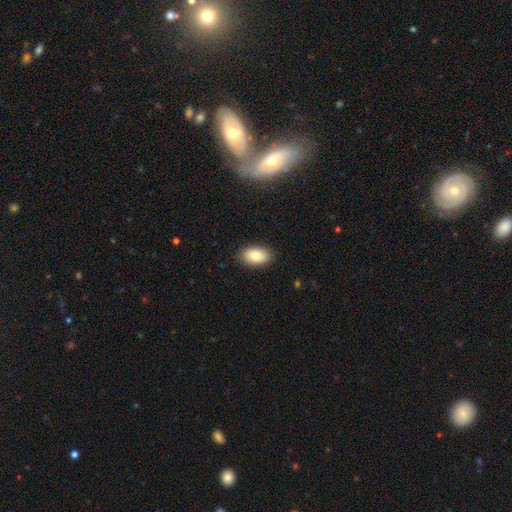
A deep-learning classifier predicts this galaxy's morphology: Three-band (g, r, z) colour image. It shows a smooth galaxy with no disk features (82%) that is in between round and cigar-shaped (92%). Merging: none (88%).